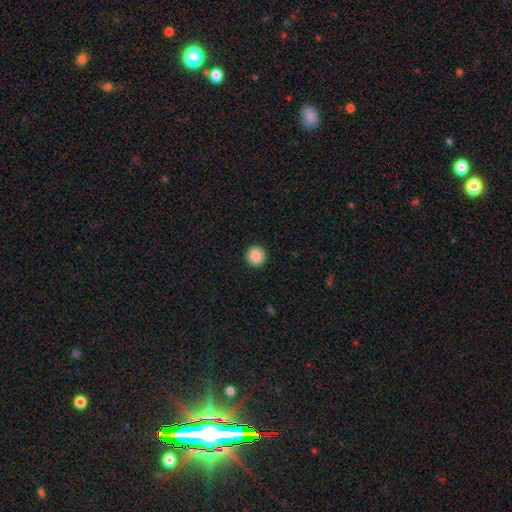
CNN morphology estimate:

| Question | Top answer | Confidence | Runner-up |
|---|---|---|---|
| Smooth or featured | smooth | 89% | star or artifact (8%) |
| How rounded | round | 95% | in between (4%) |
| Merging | none | 93% | minor disturbance (4%) |